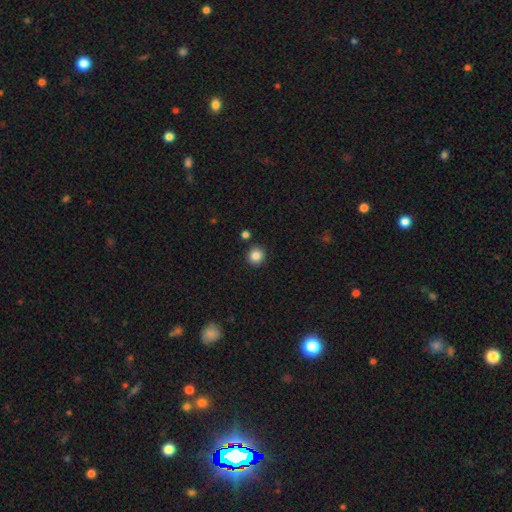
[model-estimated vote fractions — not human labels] Overall: smooth (85%). How rounded: round (92%). Merging: none (90%).